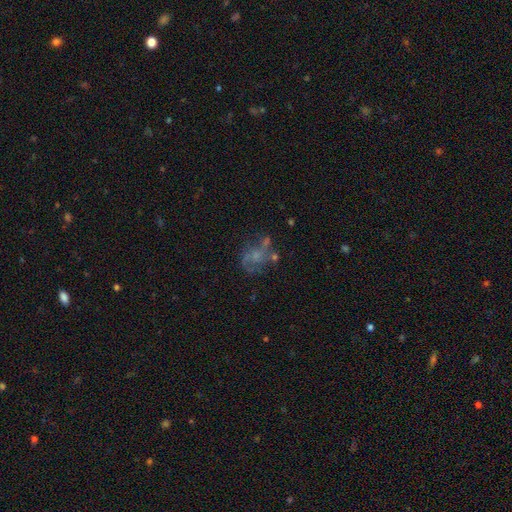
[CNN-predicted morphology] The model was most divided on "bulge size": small: 39%, none: 34%, moderate: 22%, large: 3%, dominant: 1%. Remaining: edge-on disk — no (98%); bar — no (77%); spiral arms — yes (68%); smooth or featured — featured or disk (62%); merging — none (45%).